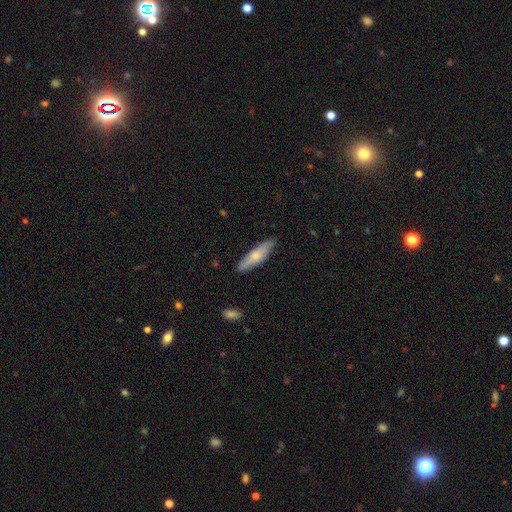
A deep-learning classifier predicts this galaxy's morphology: smooth-or-featured: smooth: 66% | featured or disk: 28% | star or artifact: 5%
  how-rounded: cigar-shaped: 66% | in between: 32% | round: 2%
  merging: none: 84% | minor disturbance: 12% | major disturbance: 2% | merger: 1%